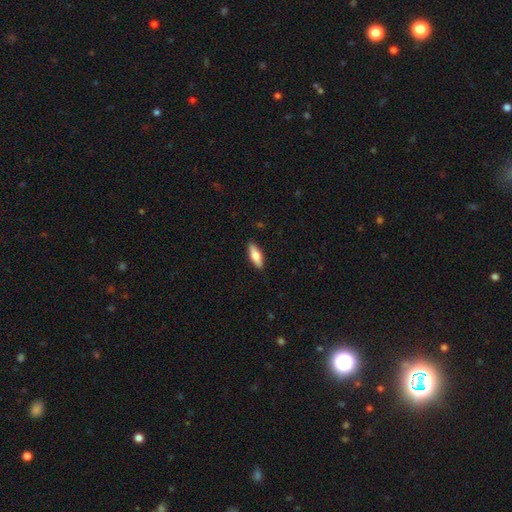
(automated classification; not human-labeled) The model was most divided on "how rounded": in between: 64%, cigar-shaped: 34%, round: 2%. More confident: merging — none (89%); smooth or featured — smooth (75%).